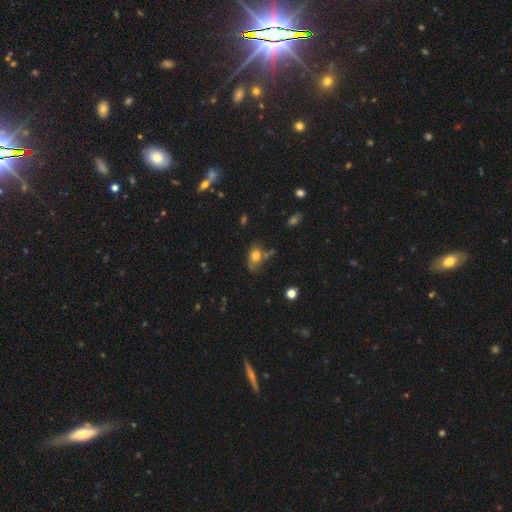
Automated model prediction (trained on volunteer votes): The model was most divided on "merging": none: 56%, minor disturbance: 24%, merger: 13%, major disturbance: 8%. More confident: smooth or featured — smooth (75%); how rounded — in between (71%).